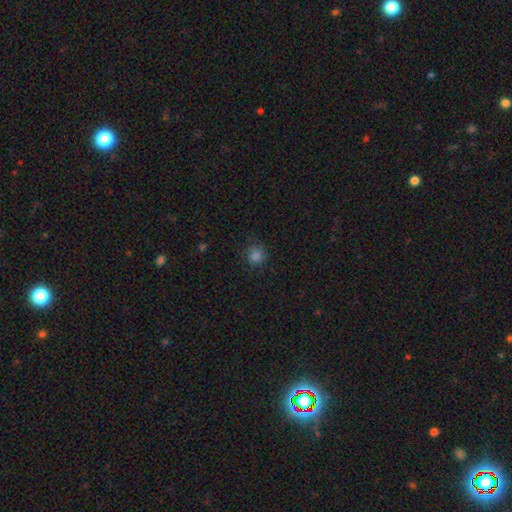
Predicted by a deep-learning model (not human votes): A smooth galaxy with no disk features (83%) that is round (92%). Merging: none (83%).